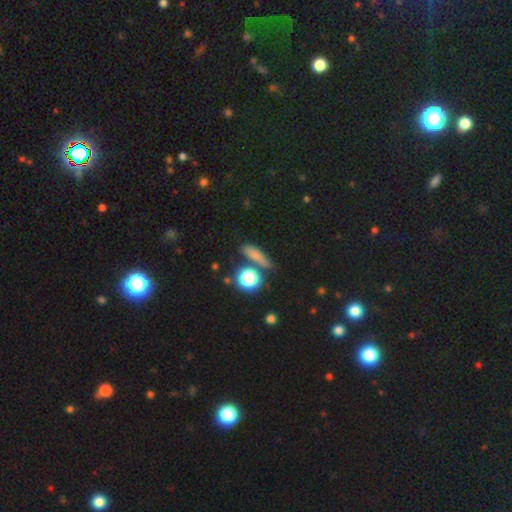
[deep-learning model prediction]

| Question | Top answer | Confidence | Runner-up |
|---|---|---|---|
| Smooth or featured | smooth | 72% | star or artifact (15%) |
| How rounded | cigar-shaped | 47% | in between (26%) |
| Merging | none | 68% | minor disturbance (14%) |